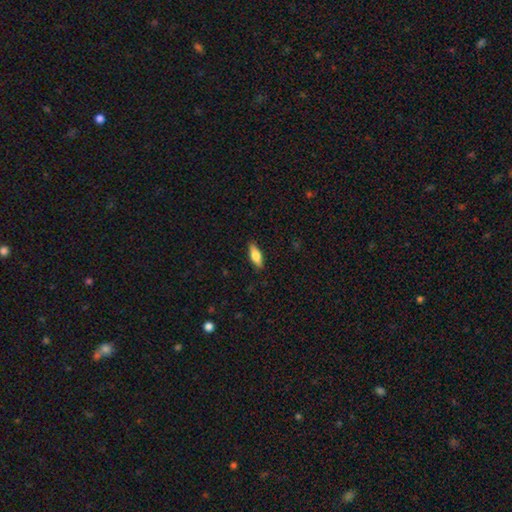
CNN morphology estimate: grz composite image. It shows a smooth galaxy with no disk features (66%) that is in between round and cigar-shaped (62%). Merging: none (88%).